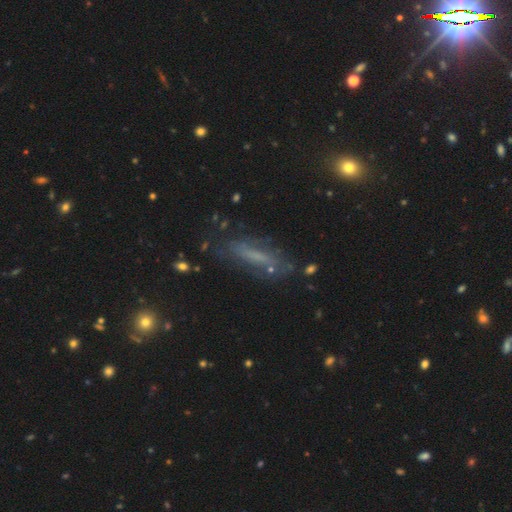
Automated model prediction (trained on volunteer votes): Overall: featured or disk (44%; smooth 41%). Merging: none (68%).